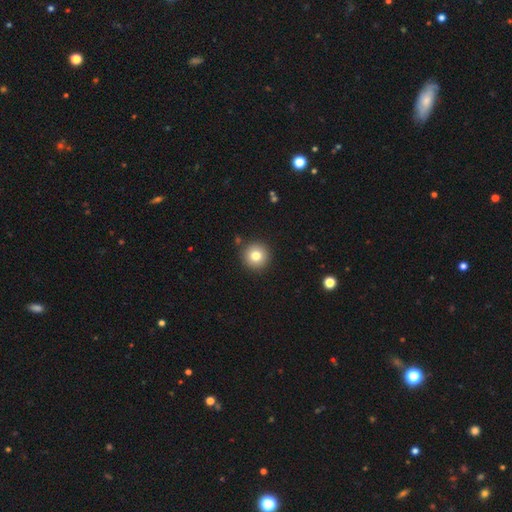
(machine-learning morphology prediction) Smooth or featured: smooth — 79% (star or artifact — 11%)
How rounded: round — 96% (in between — 4%)
Merging: none — 90% (minor disturbance — 6%)